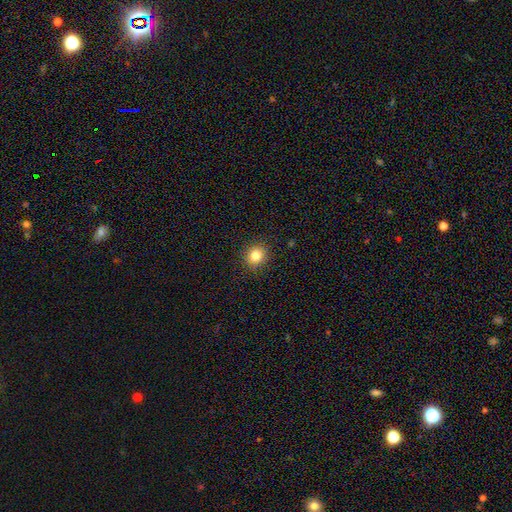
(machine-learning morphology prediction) The model was most divided on "how rounded": round: 84%, in between: 15%, cigar-shaped: 1%. More confident: merging — none (90%); smooth or featured — smooth (82%).